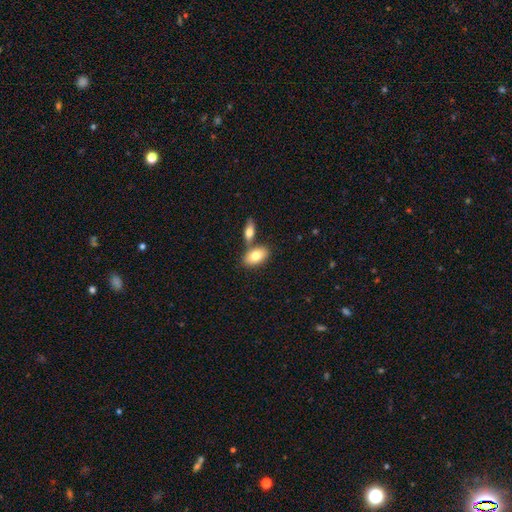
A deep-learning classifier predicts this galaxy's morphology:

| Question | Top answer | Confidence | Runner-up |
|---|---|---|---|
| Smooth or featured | smooth | 78% | featured or disk (16%) |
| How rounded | in between | 92% | round (5%) |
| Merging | none | 58% | merger (31%) |